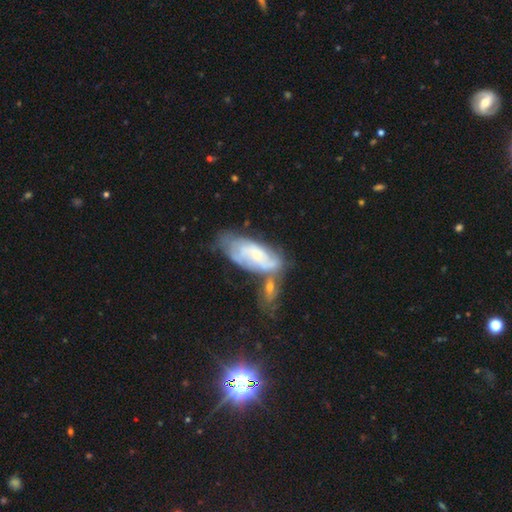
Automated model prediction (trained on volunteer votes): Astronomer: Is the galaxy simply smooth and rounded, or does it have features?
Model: featured or disk — 68%.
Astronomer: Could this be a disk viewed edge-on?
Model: no — 91%.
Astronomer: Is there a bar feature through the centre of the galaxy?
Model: no — 63%.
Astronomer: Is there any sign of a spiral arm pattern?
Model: yes — 85%.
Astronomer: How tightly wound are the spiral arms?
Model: tight — 48% (runner-up: medium, 37%).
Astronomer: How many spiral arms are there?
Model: can't tell — 46% (runner-up: 2, 35%).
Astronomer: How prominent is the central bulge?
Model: small — 67%.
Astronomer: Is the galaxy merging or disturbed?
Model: merger — 36%, tied with none at 36%.